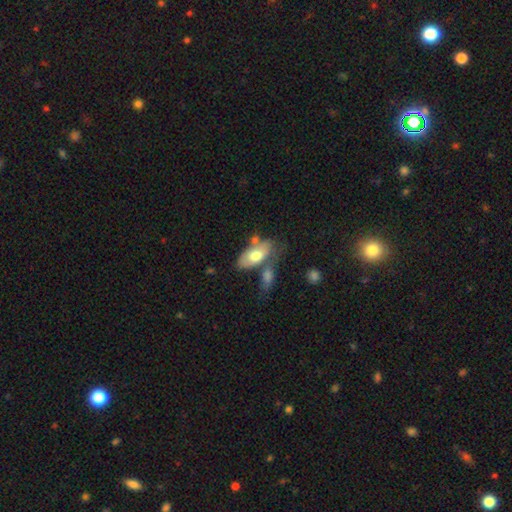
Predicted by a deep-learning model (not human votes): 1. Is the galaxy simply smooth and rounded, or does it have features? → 65% smooth, 29% featured or disk, 6% star or artifact.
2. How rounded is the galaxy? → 90% in between, 7% cigar-shaped, 3% round.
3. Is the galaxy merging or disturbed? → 45% none, 29% merger, 18% minor disturbance, 8% major disturbance.